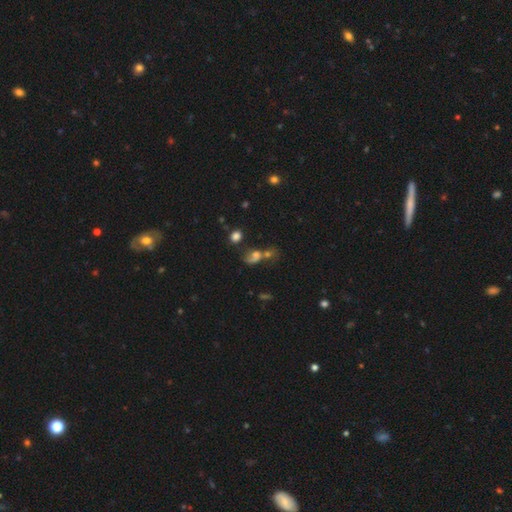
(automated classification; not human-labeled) Q: Smooth or featured?
A: smooth (54%); runner-up: featured or disk (26%)
Q: How rounded?
A: in between (50%); runner-up: round (46%)
Q: Merging?
A: merger (51%); runner-up: none (22%)